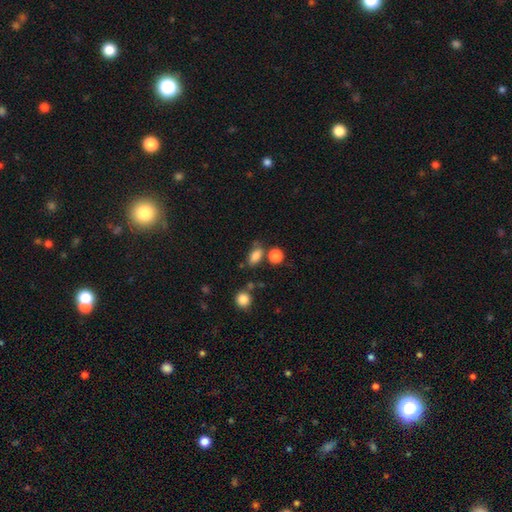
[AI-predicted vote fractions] Smooth or featured? Predicted: smooth (p=0.82). How rounded? Predicted: in between (p=0.80). Merging? Predicted: none (p=0.64).